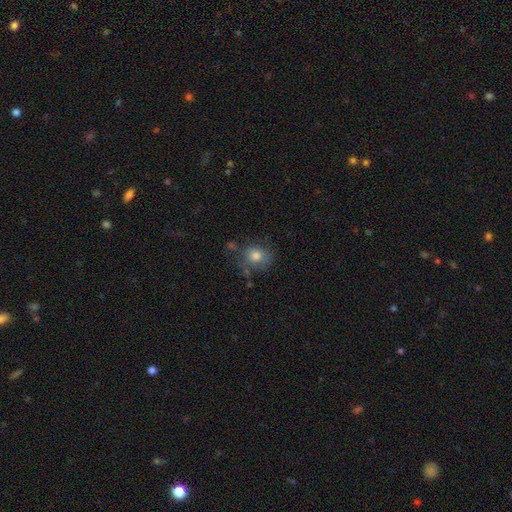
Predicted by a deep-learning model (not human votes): smooth_or_featured: smooth (p=0.78) [alt: featured or disk p=0.12]
how_rounded: round (p=0.67) [alt: in between p=0.32]
merging: none (p=0.62) [alt: minor disturbance p=0.23]